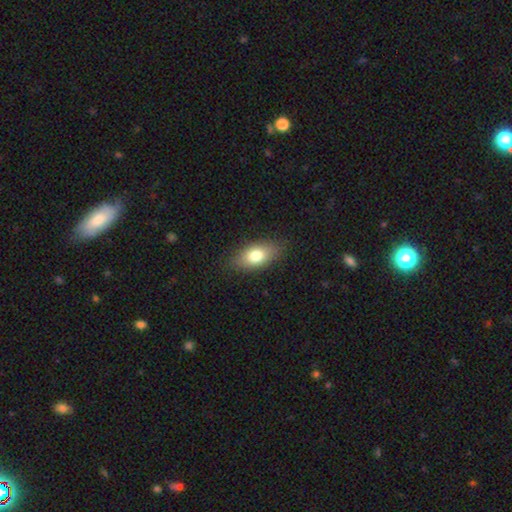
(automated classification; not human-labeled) Smooth or featured?
  - smooth: 78% *
  - featured or disk: 14%
  - star or artifact: 8%
How rounded?
  - in between: 87% *
  - cigar-shaped: 7%
  - round: 6%
Merging?
  - none: 84% *
  - minor disturbance: 12%
  - major disturbance: 3%
  - merger: 1%